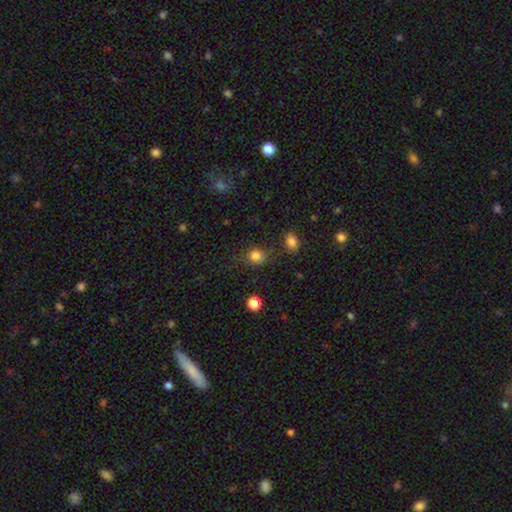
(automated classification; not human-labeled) Smooth or featured: smooth — 82% (star or artifact — 12%)
How rounded: round — 67% (in between — 32%)
Merging: none — 70% (minor disturbance — 18%)